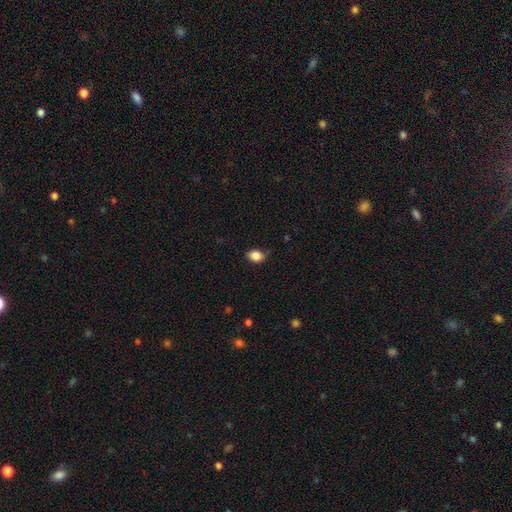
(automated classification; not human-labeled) A smooth galaxy with no disk features (86%) that is in between round and cigar-shaped (72%). Merging: none (73%).